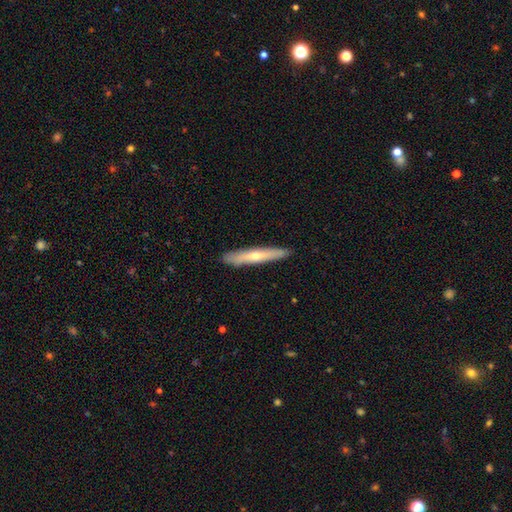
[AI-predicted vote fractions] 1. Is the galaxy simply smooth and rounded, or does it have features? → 49% featured or disk, 45% smooth, 6% star or artifact.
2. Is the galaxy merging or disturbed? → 90% none, 8% minor disturbance, 1% major disturbance, 1% merger.